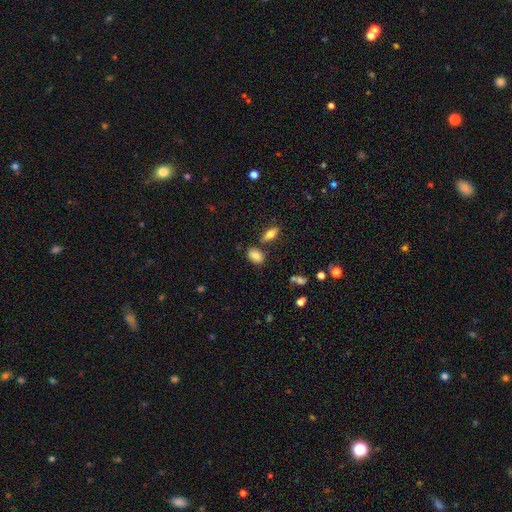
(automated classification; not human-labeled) This appears to be a smooth galaxy with no disk features (83%) that is in between round and cigar-shaped (88%). Merging: none (73%).